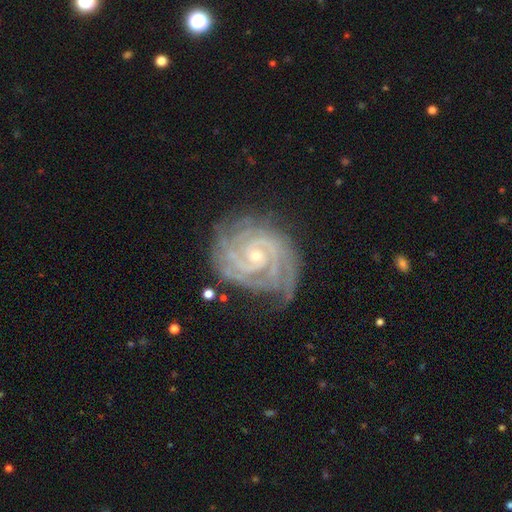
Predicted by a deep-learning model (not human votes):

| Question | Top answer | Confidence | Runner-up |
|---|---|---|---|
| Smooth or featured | featured or disk | 92% | star or artifact (5%) |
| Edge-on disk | no | 98% | yes (2%) |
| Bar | no | 63% | weak (27%) |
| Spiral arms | yes | 99% | no (1%) |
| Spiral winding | tight | 81% | medium (17%) |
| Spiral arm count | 2 | 44% | 3 (21%) |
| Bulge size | small | 75% | moderate (22%) |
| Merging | none | 68% | minor disturbance (22%) |